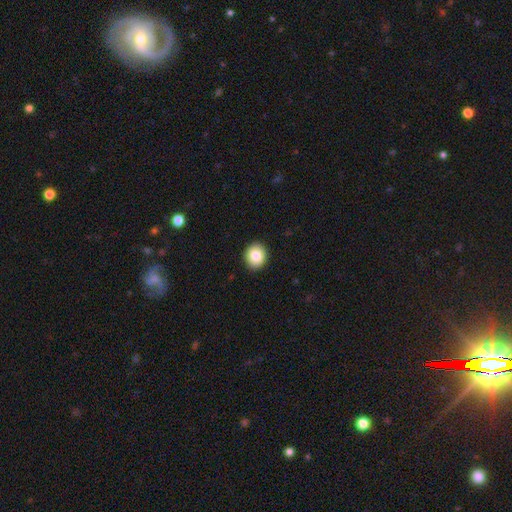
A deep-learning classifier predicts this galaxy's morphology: Q: Smooth or featured?
A: smooth (85%); runner-up: star or artifact (8%)
Q: How rounded?
A: round (80%); runner-up: in between (19%)
Q: Merging?
A: none (92%); runner-up: minor disturbance (5%)